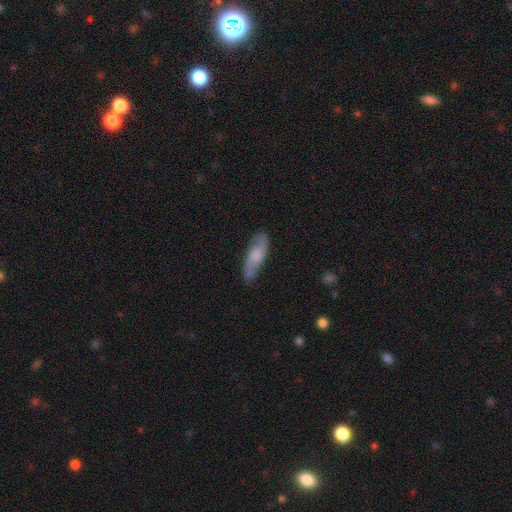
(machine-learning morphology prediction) Q: Smooth or featured?
A: smooth (48%); runner-up: featured or disk (45%)
Q: Merging?
A: none (78%); runner-up: minor disturbance (17%)